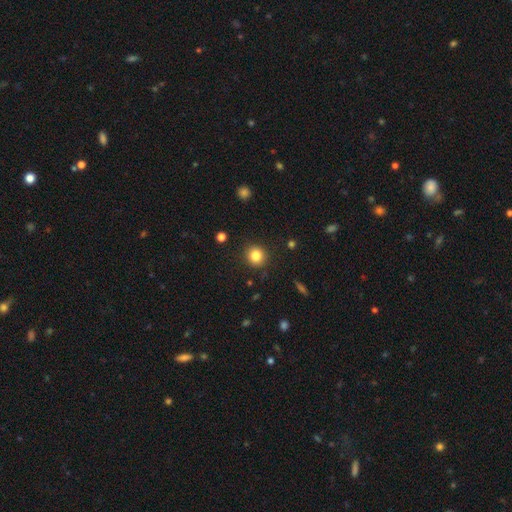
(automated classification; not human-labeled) Morphology: type=smooth (84%); roundness=round (91%); merging=none (90%).